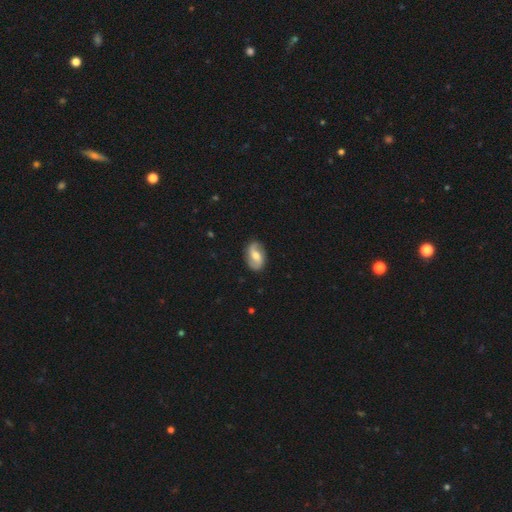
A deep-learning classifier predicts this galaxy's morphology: This is likely a featured or disk galaxy (72%). It is clearly not viewed edge-on (96%). Bar: marginally weak (44%). Spiral arm pattern: clearly yes (90%). Spiral arm count: clearly 2 (91%). Spiral winding: possibly loose (53%). Central bulge: likely moderate (68%). Merging: clearly none (86%).